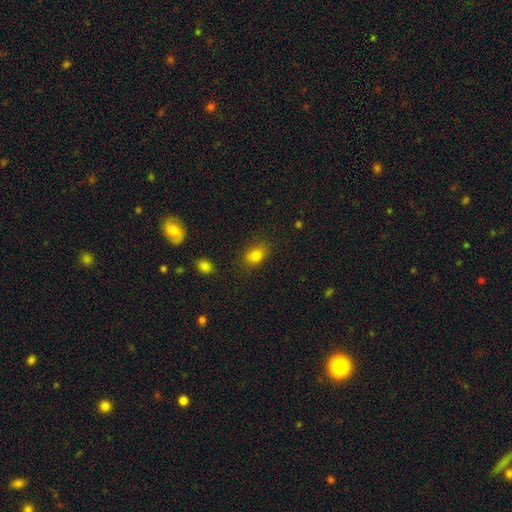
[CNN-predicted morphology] smooth-or-featured: smooth: 81% | star or artifact: 12% | featured or disk: 8%
  how-rounded: in between: 76% | round: 22% | cigar-shaped: 2%
  merging: none: 78% | minor disturbance: 15% | major disturbance: 4% | merger: 2%